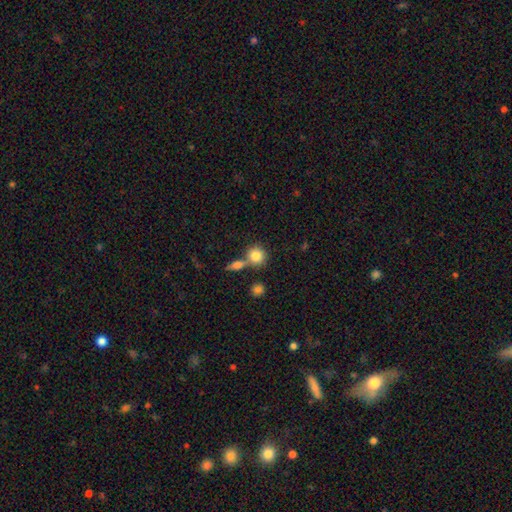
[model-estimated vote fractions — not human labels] This appears to be a smooth galaxy with no disk features (82%) that is round (84%). Merging: none (57%).